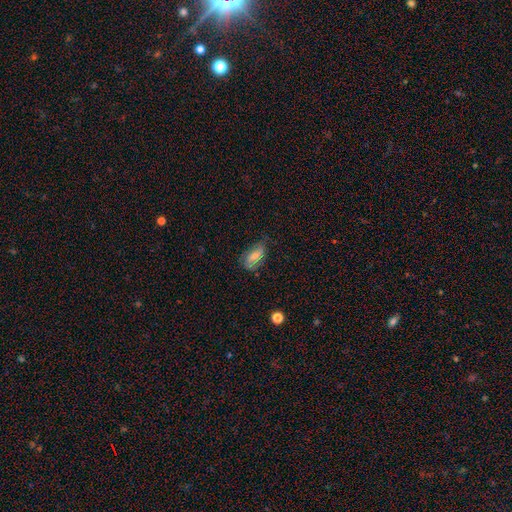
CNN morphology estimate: A smooth galaxy with no disk features (66%) that is in between round and cigar-shaped (87%).

Vote fractions:
- Smooth or featured? smooth: 66% / featured or disk: 26% / star or artifact: 8%
- How rounded? in between: 87% / cigar-shaped: 8% / round: 5%
- Merging? none: 58% / minor disturbance: 31% / major disturbance: 9% / merger: 2%